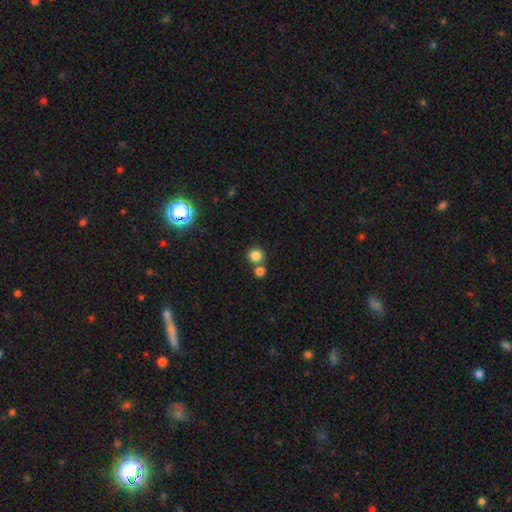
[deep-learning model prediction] Smooth or featured? smooth (82%)
How rounded? round (89%)
Merging? none (64%)